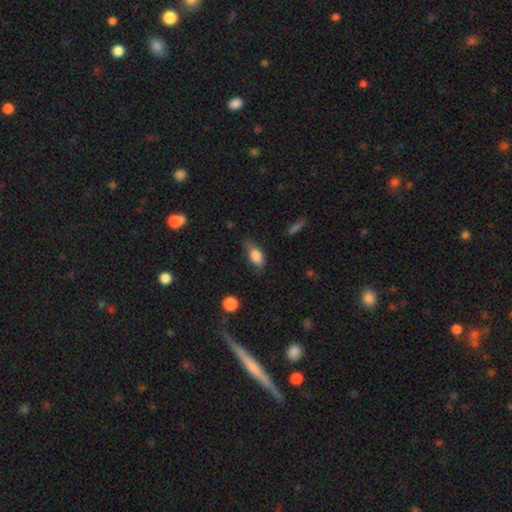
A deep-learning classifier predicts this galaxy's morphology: A smooth galaxy with no disk features (79%) that is in between round and cigar-shaped (84%). Merging: none (55%).